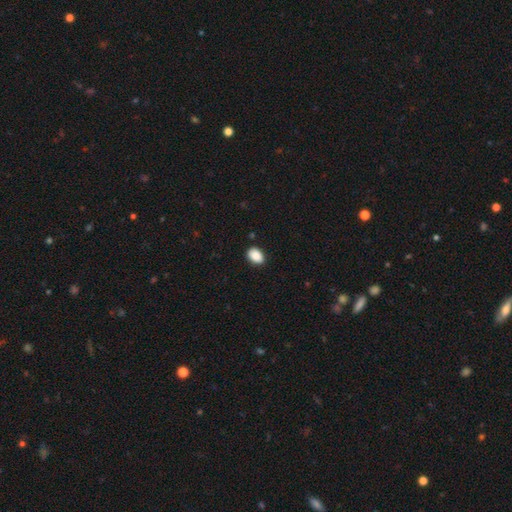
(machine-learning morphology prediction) A smooth galaxy with no disk features (90%) that is in between round and cigar-shaped (82%).

Vote fractions:
- Smooth or featured? smooth: 90% / star or artifact: 7% / featured or disk: 3%
- How rounded? in between: 82% / round: 17% / cigar-shaped: 1%
- Merging? none: 87% / minor disturbance: 10% / major disturbance: 2% / merger: 1%